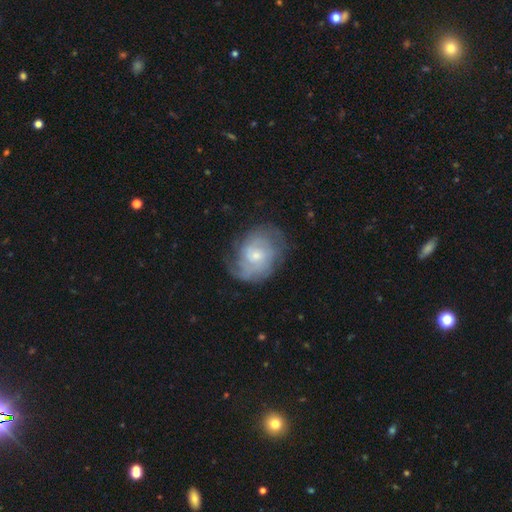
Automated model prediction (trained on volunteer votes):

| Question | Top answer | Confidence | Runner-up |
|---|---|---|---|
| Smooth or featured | featured or disk | 72% | smooth (21%) |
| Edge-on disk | no | 97% | yes (3%) |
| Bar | no | 61% | weak (34%) |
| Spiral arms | yes | 87% | no (13%) |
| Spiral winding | tight | 47% | medium (37%) |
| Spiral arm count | can't tell | 38% | 2 (36%) |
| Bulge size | small | 61% | moderate (33%) |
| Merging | none | 63% | minor disturbance (22%) |